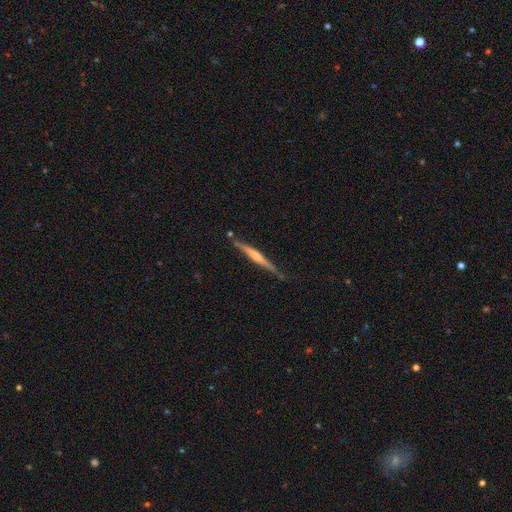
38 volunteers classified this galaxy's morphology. Smooth or featured?
  - smooth: 53% *
  - featured or disk: 39%
  - star or artifact: 8%
How rounded?
  - cigar-shaped: 100% *
  - round: 0%
  - in between: 0%
Merging?
  - none: 80% *
  - minor disturbance: 11%
  - merger: 9%
  - major disturbance: 0%